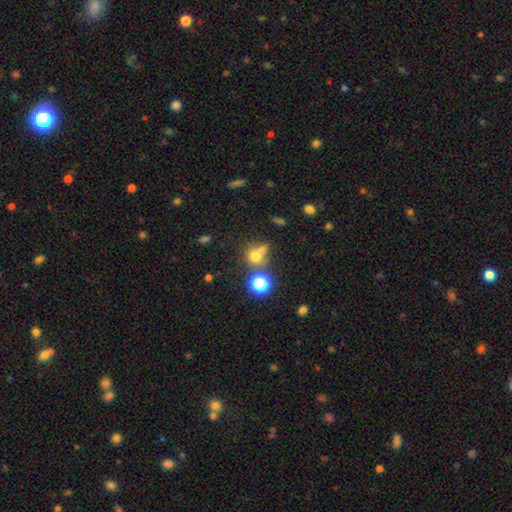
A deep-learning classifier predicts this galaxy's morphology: This appears to be a smooth galaxy with no disk features (65%) that is round (80%). Merging: none (48%).